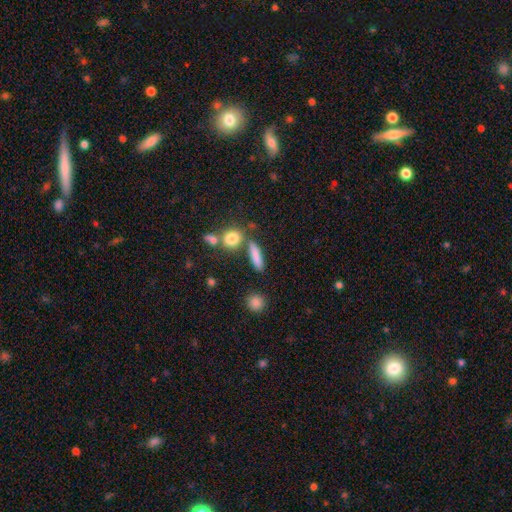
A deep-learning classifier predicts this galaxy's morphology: smooth-or-featured: smooth: 81% | featured or disk: 10% | star or artifact: 9%
  how-rounded: cigar-shaped: 65% | in between: 26% | round: 9%
  merging: none: 76% | minor disturbance: 10% | merger: 10% | major disturbance: 4%